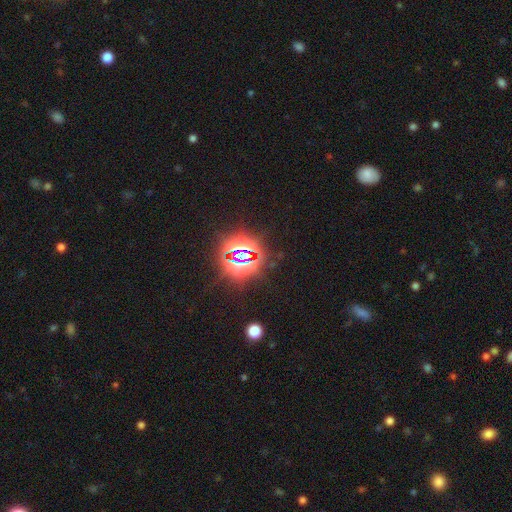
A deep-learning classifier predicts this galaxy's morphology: smooth_or_featured: star or artifact (p=0.83) [alt: smooth p=0.12]